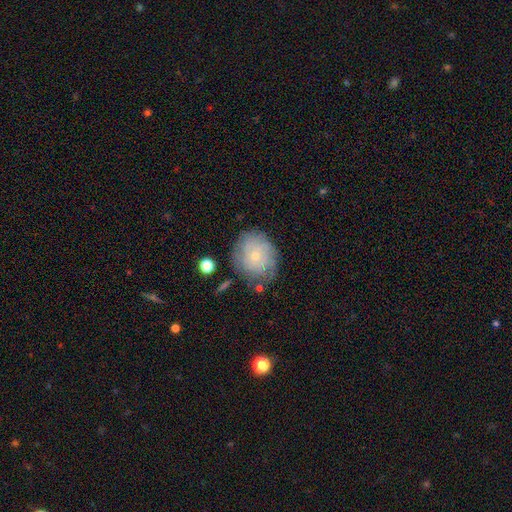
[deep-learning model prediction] Smooth or featured? Predicted: smooth (p=0.49). Merging? Predicted: none (p=0.69).